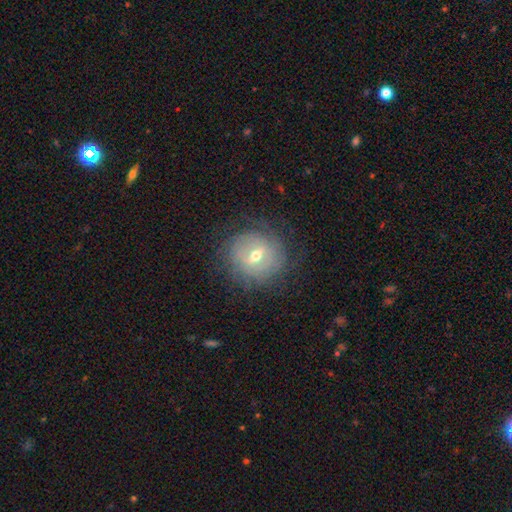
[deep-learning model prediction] Smooth or featured: featured or disk — 57% (smooth — 32%)
Edge-on disk: no — 95% (yes — 5%)
Bar: weak — 49% (no — 32%)
Spiral arms: yes — 61% (no — 39%)
Bulge size: moderate — 61% (small — 35%)
Merging: none — 77% (minor disturbance — 14%)